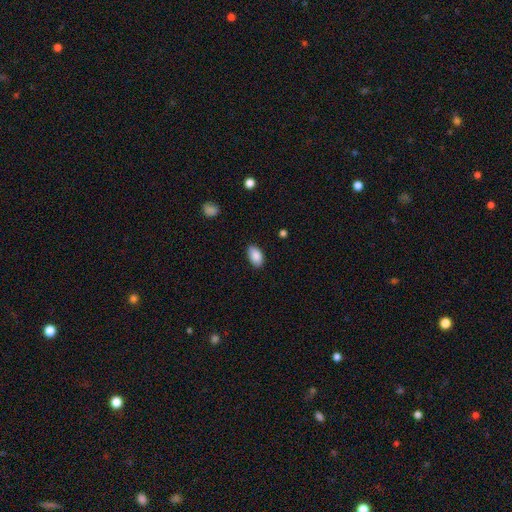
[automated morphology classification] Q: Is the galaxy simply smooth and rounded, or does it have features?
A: smooth — 89%.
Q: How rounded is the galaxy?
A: in between — 94%.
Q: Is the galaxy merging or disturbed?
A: none — 86%.